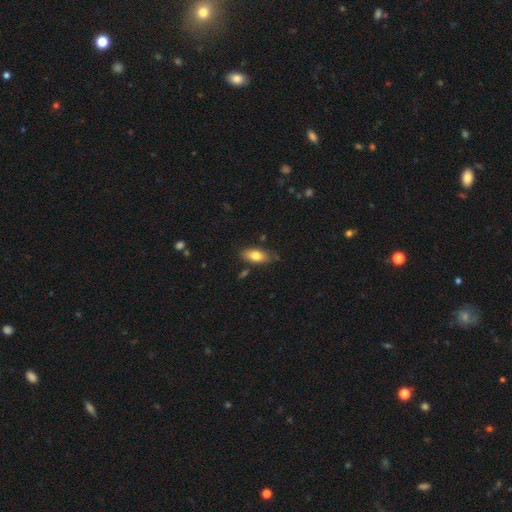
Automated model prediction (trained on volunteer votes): Smooth or featured? Predicted: smooth (p=0.78). How rounded? Predicted: in between (p=0.86). Merging? Predicted: none (p=0.79).